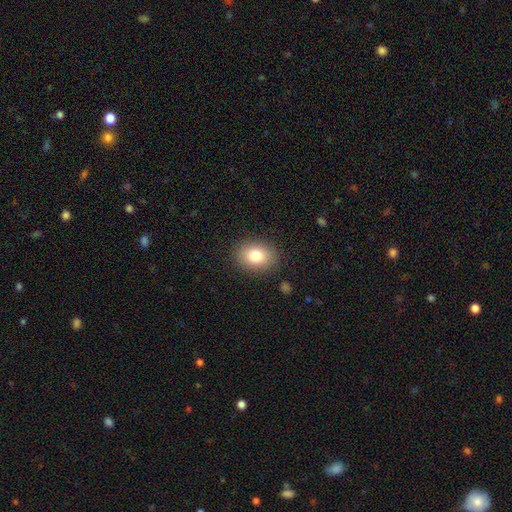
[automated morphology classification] Smooth or featured? Predicted: smooth (p=0.82). How rounded? Predicted: in between (p=0.62). Merging? Predicted: none (p=0.87).